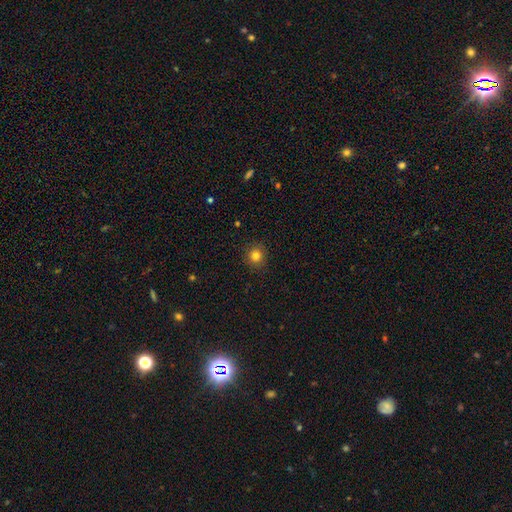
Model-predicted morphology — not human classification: Smooth or featured? smooth (81%)
How rounded? round (91%)
Merging? none (90%)